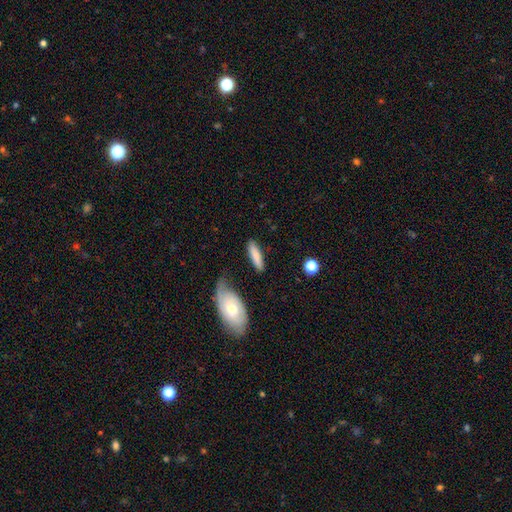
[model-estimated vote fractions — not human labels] smooth-or-featured: smooth: 81% | featured or disk: 13% | star or artifact: 6%
  how-rounded: cigar-shaped: 64% | in between: 34% | round: 2%
  merging: none: 73% | minor disturbance: 17% | merger: 5% | major disturbance: 5%